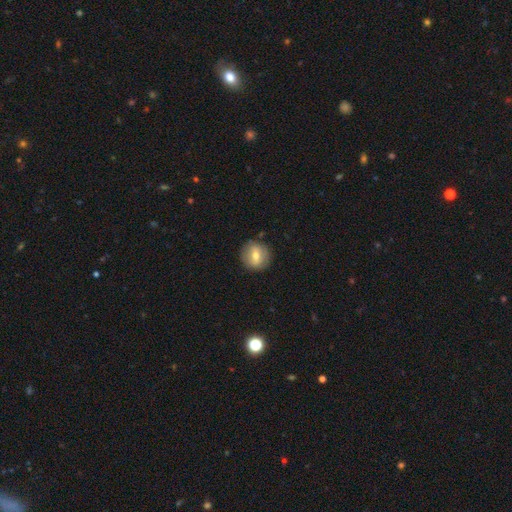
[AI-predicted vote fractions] smooth-or-featured: smooth: 61% | featured or disk: 31% | star or artifact: 8%
  how-rounded: round: 88% | in between: 11% | cigar-shaped: 1%
  merging: none: 88% | minor disturbance: 9% | major disturbance: 3% | merger: 1%